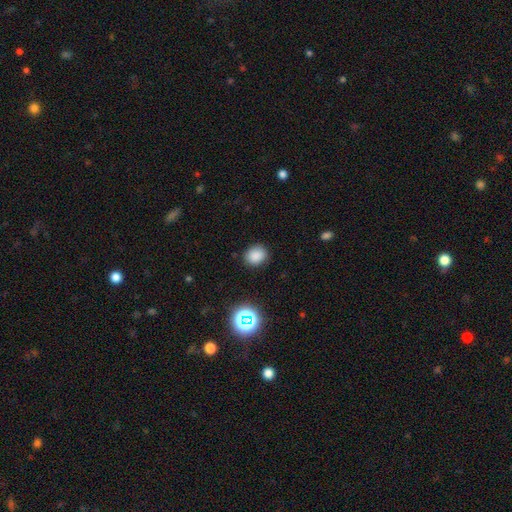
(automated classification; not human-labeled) Morphology: type=smooth (82%); roundness=round (65%); merging=none (87%).